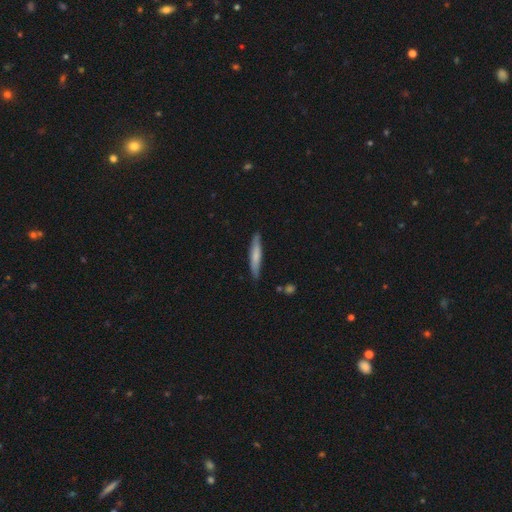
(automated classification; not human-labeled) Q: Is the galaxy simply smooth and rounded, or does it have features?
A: smooth — 64%.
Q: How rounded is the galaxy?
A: cigar-shaped — 91%.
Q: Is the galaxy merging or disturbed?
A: none — 84%.